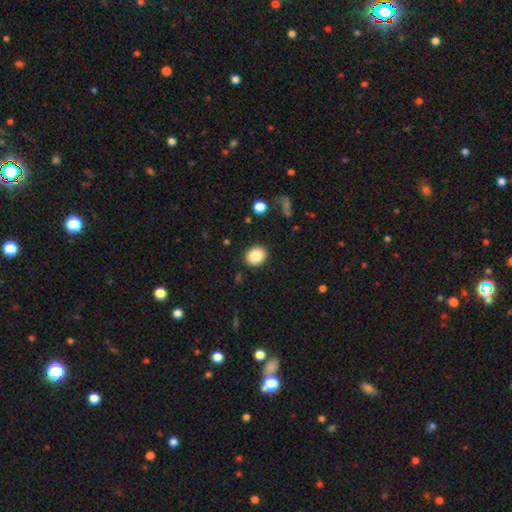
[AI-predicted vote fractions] A smooth galaxy with no disk features (84%) that is round (64%).

Vote fractions:
- Smooth or featured? smooth: 84% / star or artifact: 9% / featured or disk: 7%
- How rounded? round: 64% / in between: 35% / cigar-shaped: 1%
- Merging? none: 89% / minor disturbance: 7% / major disturbance: 2% / merger: 1%